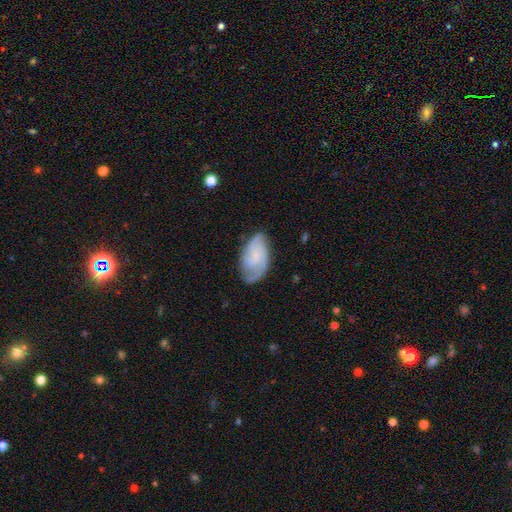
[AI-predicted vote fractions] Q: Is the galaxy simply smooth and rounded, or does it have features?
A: featured or disk — 72%.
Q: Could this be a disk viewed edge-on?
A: no — 97%.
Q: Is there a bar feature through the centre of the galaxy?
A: no — 64%.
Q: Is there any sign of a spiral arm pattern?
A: yes — 94%.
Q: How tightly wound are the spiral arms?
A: medium — 44%.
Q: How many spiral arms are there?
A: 2 — 44%.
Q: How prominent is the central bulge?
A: small — 55%.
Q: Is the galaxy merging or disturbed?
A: none — 69%.